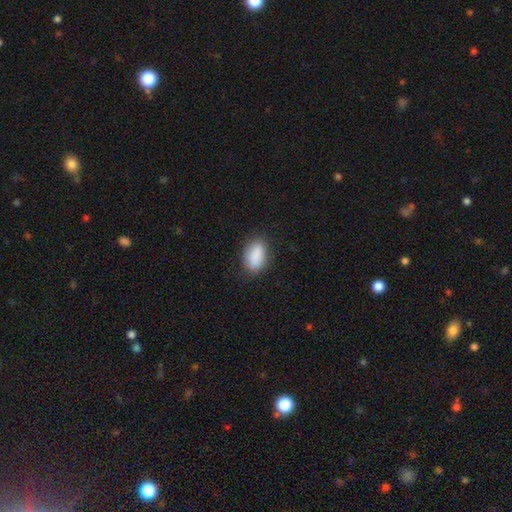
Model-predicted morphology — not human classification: Smooth or featured? smooth (89%)
How rounded? in between (90%)
Merging? none (82%)